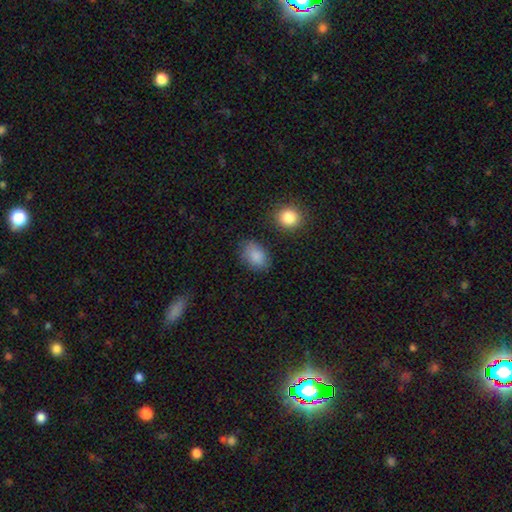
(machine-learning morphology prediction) Smooth or featured: smooth — 85% (star or artifact — 8%)
How rounded: in between — 81% (round — 18%)
Merging: none — 71% (minor disturbance — 20%)